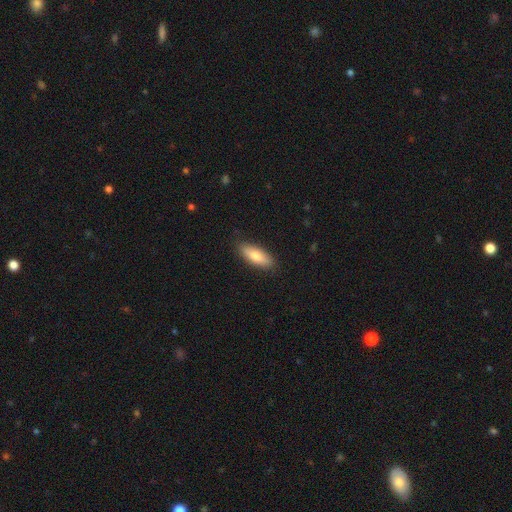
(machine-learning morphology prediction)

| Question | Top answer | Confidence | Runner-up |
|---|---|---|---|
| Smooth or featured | smooth | 76% | featured or disk (18%) |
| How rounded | in between | 66% | cigar-shaped (32%) |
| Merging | none | 87% | minor disturbance (10%) |